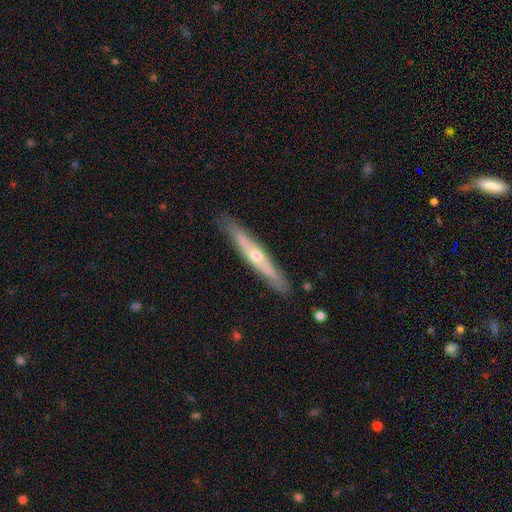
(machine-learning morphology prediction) This appears to be a featured or disk galaxy (60%) viewed edge-on (85%) with a rounded central bulge (74%). Merging: none (86%).